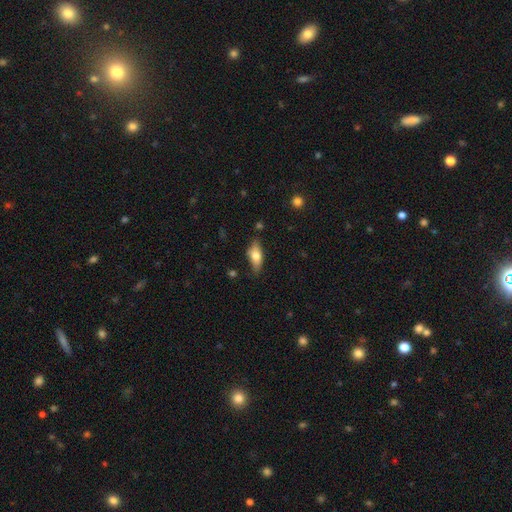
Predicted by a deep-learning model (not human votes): Overall: smooth (68%). How rounded: in between (76%). Merging: none (73%).